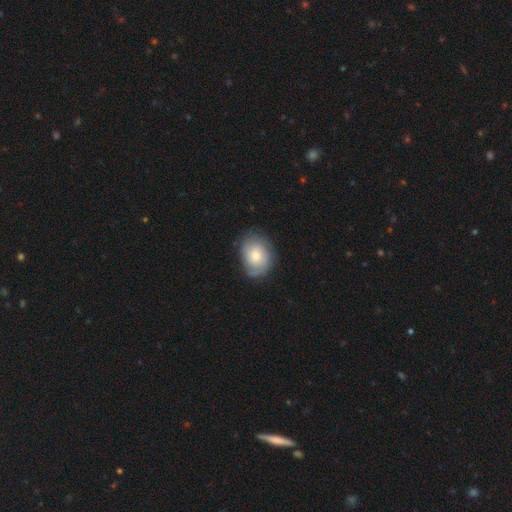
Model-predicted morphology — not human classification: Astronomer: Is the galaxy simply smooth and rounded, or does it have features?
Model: smooth — 59%.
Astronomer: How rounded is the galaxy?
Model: in between — 59% (runner-up: round, 40%).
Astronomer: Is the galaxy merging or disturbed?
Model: none — 69%.